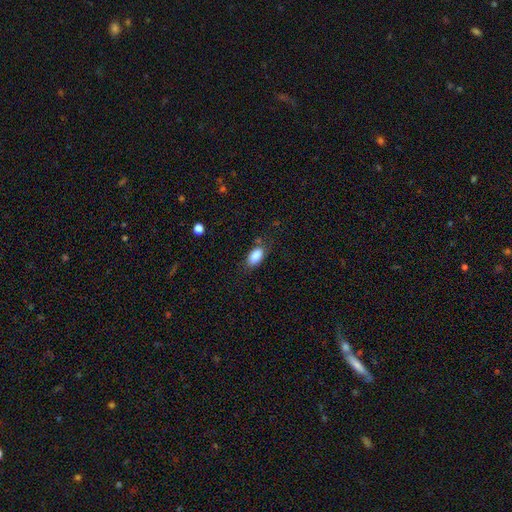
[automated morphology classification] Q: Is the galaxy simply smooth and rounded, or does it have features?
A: smooth — 87%.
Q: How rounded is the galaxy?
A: in between — 91%.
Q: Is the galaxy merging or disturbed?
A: none — 76%.